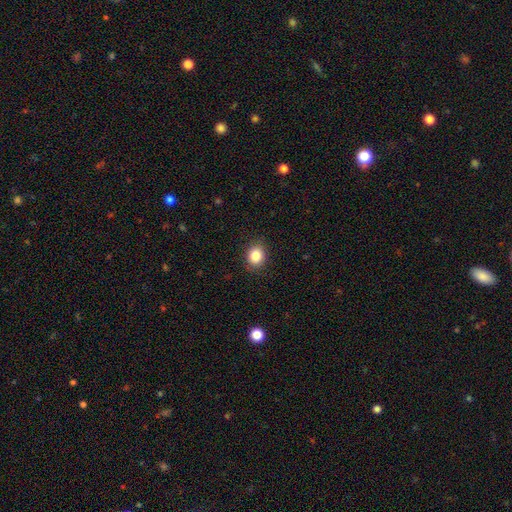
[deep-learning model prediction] Smooth or featured? smooth (85%)
How rounded? round (63%)
Merging? none (88%)